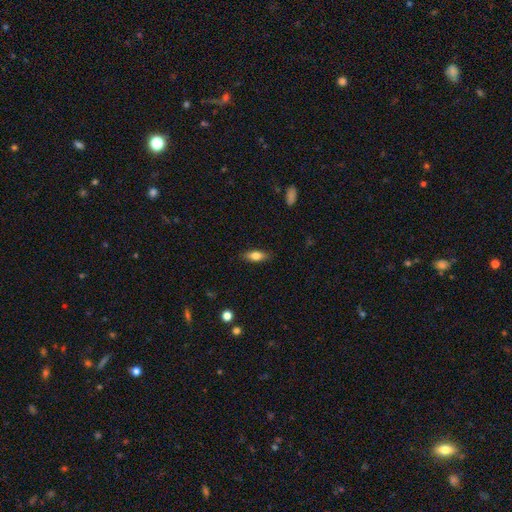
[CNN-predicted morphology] This appears to be a smooth galaxy with no disk features (76%) that is in between round and cigar-shaped (73%). Merging: none (85%).